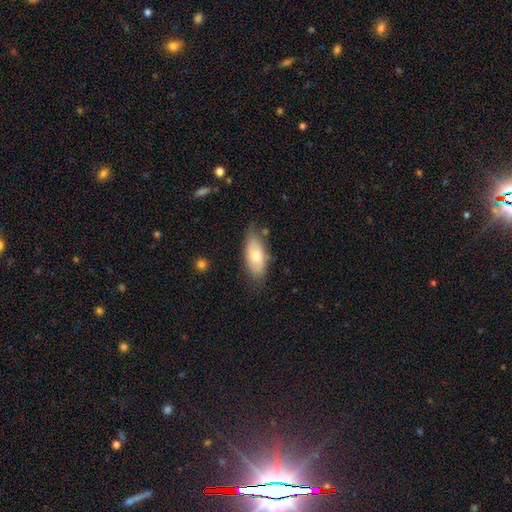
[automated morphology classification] This is likely a smooth galaxy (66%). How rounded: clearly in between (85%). Merging: likely none (69%).